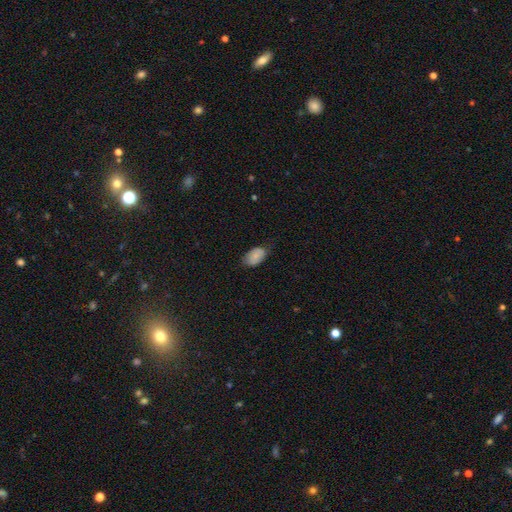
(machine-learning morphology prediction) type=smooth (81%); roundness=in between (92%); merging=none (69%).